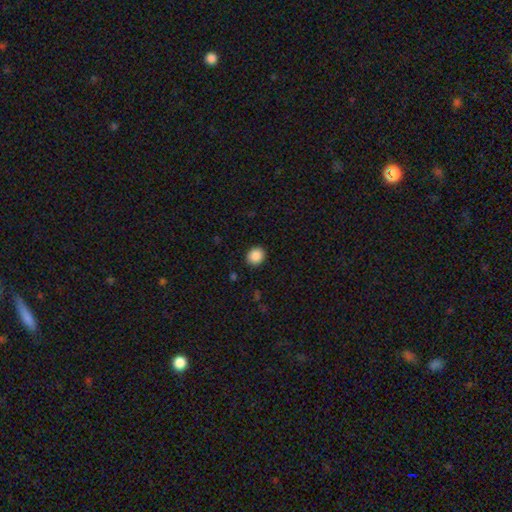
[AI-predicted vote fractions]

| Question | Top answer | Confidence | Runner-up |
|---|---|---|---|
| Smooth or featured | smooth | 88% | star or artifact (9%) |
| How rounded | round | 73% | in between (26%) |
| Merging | none | 91% | minor disturbance (6%) |